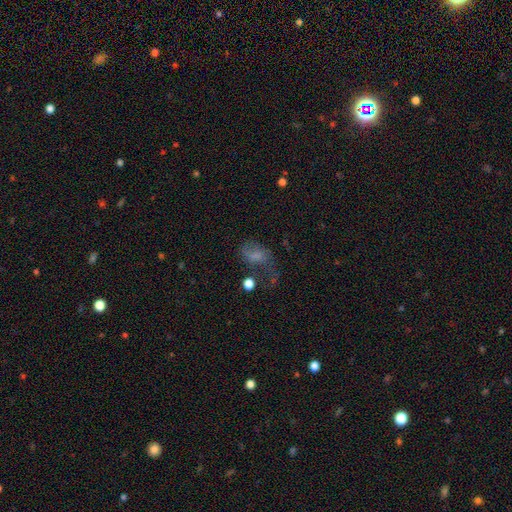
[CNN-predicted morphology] type=smooth (50%); roundness=in between (80%); merging=major disturbance (44%).